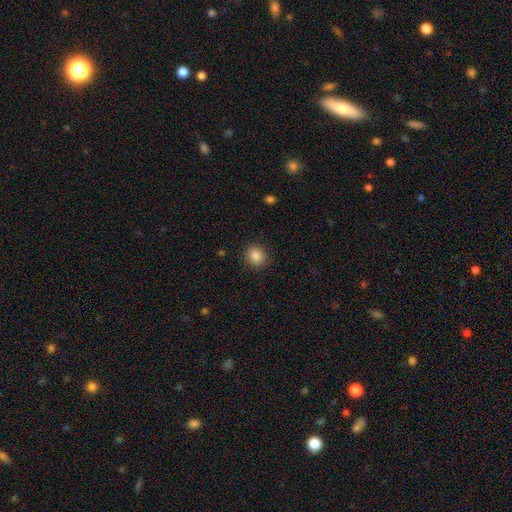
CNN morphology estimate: This appears to be a smooth galaxy with no disk features (86%) that is round (85%). Merging: none (89%).